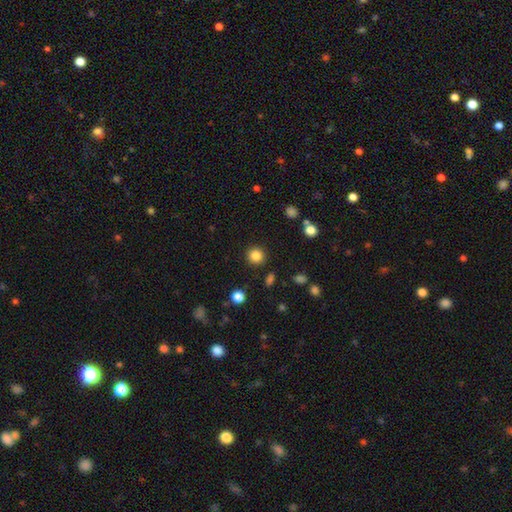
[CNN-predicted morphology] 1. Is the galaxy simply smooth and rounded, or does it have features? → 85% smooth, 11% star or artifact, 4% featured or disk.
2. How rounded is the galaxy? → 93% round, 6% in between, 1% cigar-shaped.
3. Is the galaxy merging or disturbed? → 90% none, 6% minor disturbance, 2% major disturbance, 2% merger.